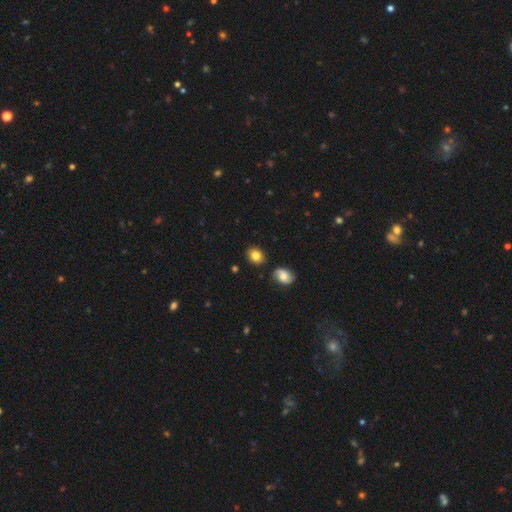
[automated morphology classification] Smooth or featured?
  - smooth: 82% *
  - star or artifact: 9%
  - featured or disk: 9%
How rounded?
  - round: 52% *
  - in between: 47%
  - cigar-shaped: 1%
Merging?
  - none: 84% *
  - minor disturbance: 10%
  - merger: 4%
  - major disturbance: 2%